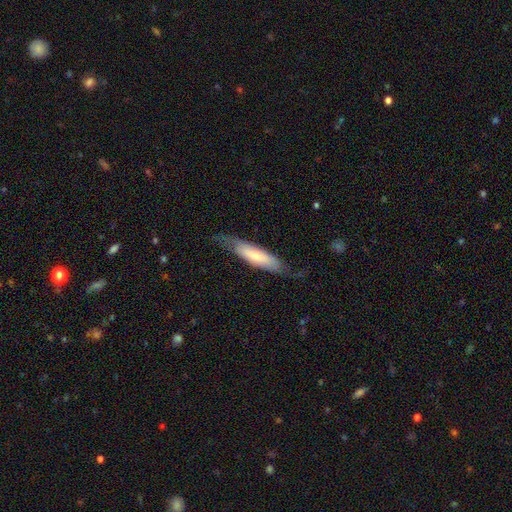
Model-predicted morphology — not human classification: Q: Smooth or featured?
A: smooth (57%); runner-up: featured or disk (38%)
Q: How rounded?
A: cigar-shaped (70%); runner-up: in between (28%)
Q: Merging?
A: none (66%); runner-up: minor disturbance (22%)